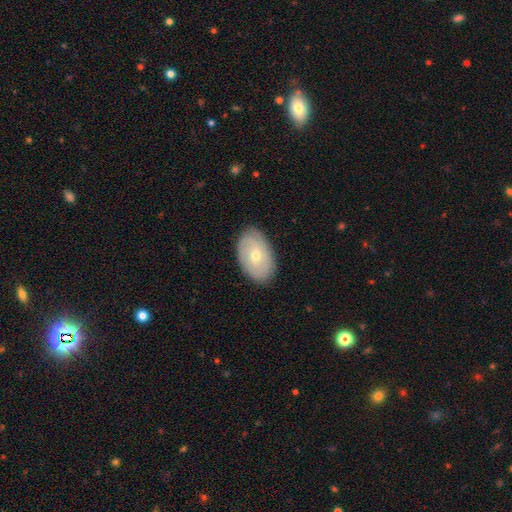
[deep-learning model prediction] Smooth or featured? featured or disk (50%)
Merging? none (83%)